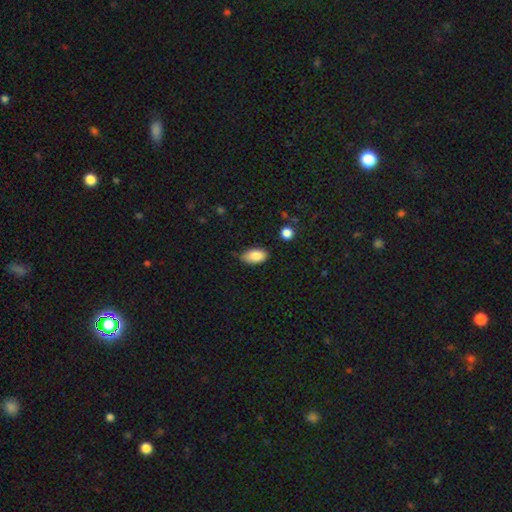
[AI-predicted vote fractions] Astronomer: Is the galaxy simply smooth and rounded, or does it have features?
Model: smooth — 86%.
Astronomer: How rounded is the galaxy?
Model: in between — 93%.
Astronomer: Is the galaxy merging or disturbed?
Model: none — 66%.